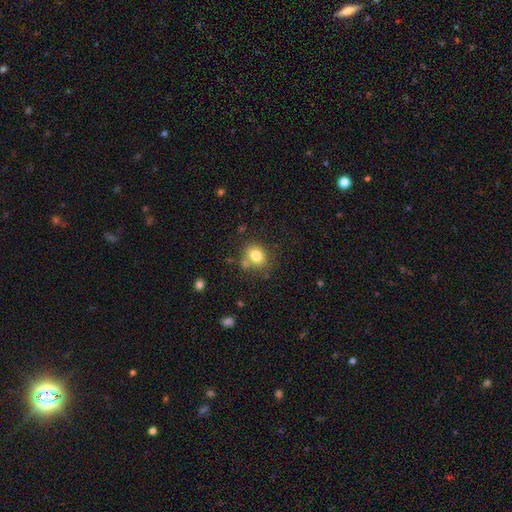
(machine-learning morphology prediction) Smooth or featured: smooth — 79% (star or artifact — 11%)
How rounded: round — 59% (in between — 40%)
Merging: none — 69% (minor disturbance — 14%)